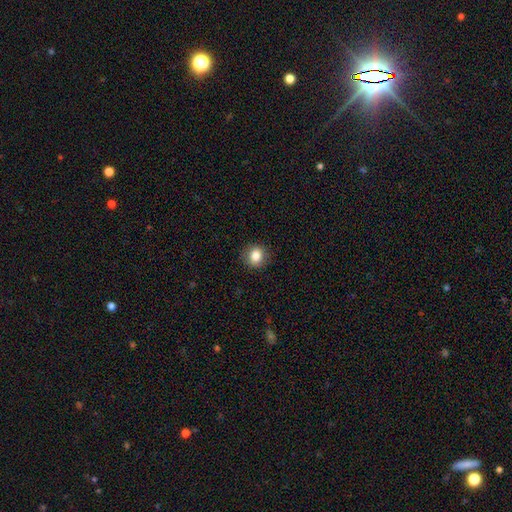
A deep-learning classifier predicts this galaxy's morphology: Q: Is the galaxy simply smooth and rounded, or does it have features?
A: smooth — 85%.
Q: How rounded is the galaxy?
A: round — 81%.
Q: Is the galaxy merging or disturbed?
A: none — 88%.